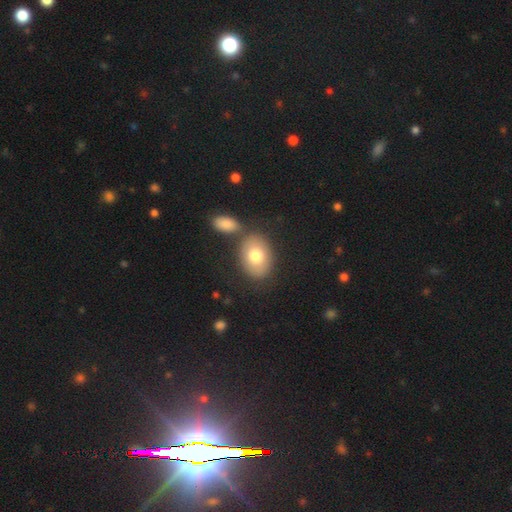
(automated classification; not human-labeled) smooth 76%, featured or disk 17%, star or artifact 7%. Down the decision tree: how rounded — in between (76%); merging — none (66%).